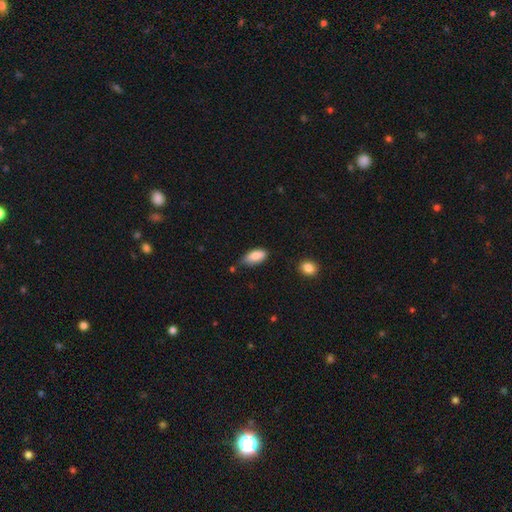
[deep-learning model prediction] The model was most divided on "merging": none: 58%, minor disturbance: 32%, major disturbance: 5%, merger: 4%. More confident: how rounded — in between (91%); smooth or featured — smooth (86%).